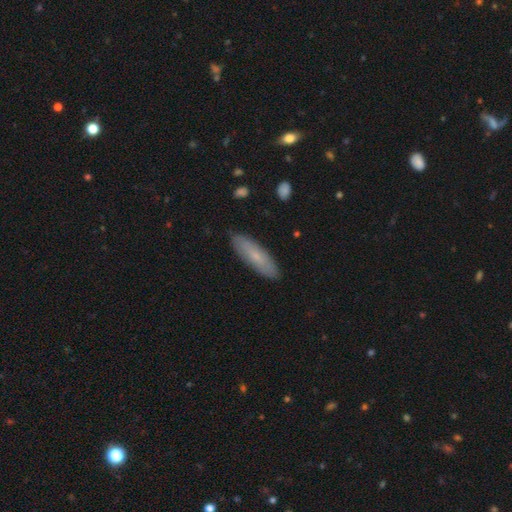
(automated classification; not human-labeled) Smooth or featured? smooth (68%)
How rounded? cigar-shaped (56%)
Merging? none (87%)